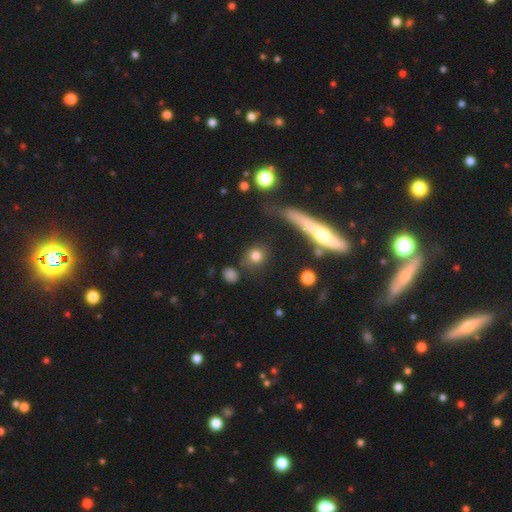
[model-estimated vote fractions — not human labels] The model was most divided on "how rounded": round: 79%, in between: 17%, cigar-shaped: 4%. More confident: smooth or featured — smooth (79%); merging — none (76%).